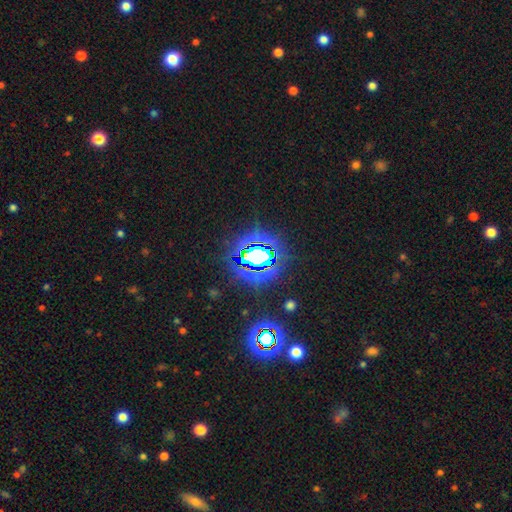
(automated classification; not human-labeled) star or artifact 72%, smooth 15%, featured or disk 12%.